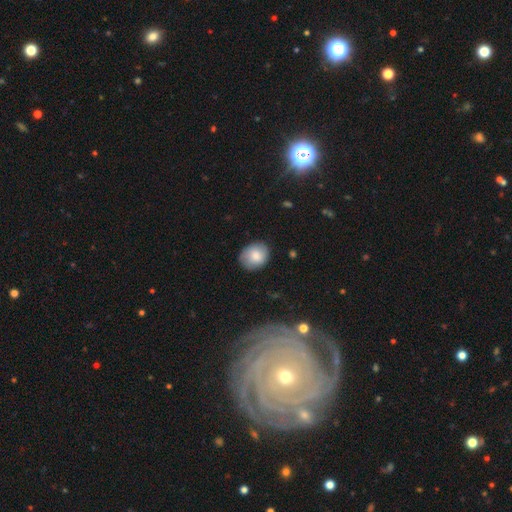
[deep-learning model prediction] Smooth or featured? Predicted: smooth (p=0.82). How rounded? Predicted: round (p=0.60). Merging? Predicted: none (p=0.82).